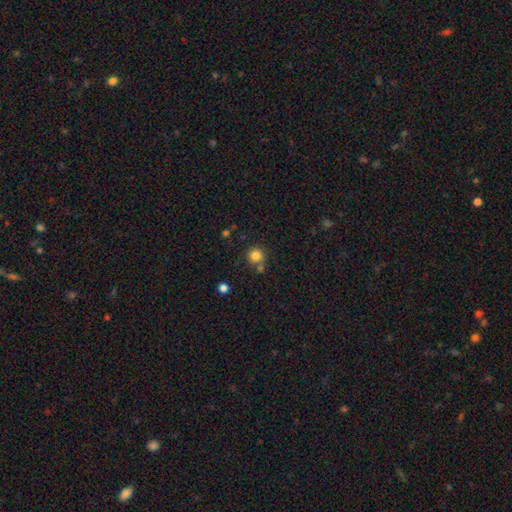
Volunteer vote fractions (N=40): Smooth or featured? 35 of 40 (88%) said smooth. How rounded? 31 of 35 (89%) said round. Merging? 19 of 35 (54%) said none.